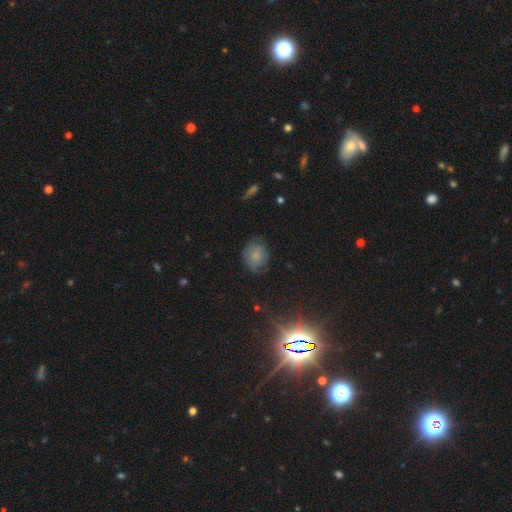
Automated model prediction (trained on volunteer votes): smooth-or-featured: smooth: 67% | featured or disk: 22% | star or artifact: 11%
  how-rounded: round: 67% | in between: 32% | cigar-shaped: 1%
  merging: none: 65% | minor disturbance: 25% | major disturbance: 8% | merger: 1%